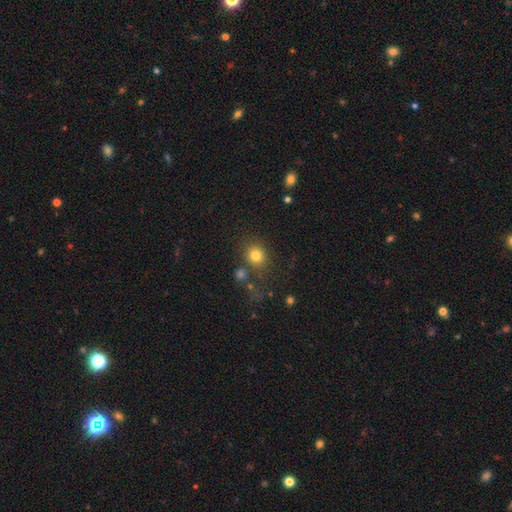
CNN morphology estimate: This appears to be a smooth galaxy with no disk features (79%) that is round (80%). Merging: none (72%).